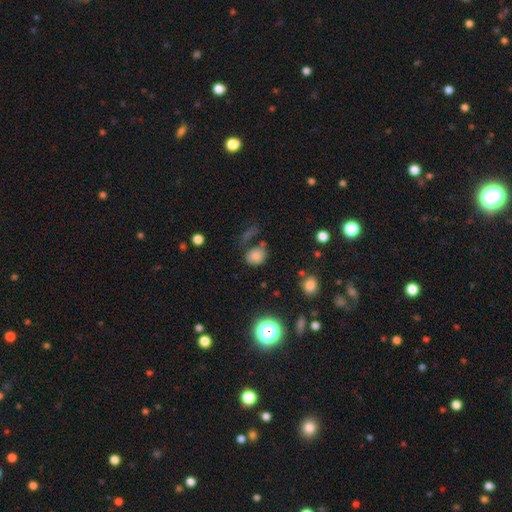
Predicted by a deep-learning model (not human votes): The model was most divided on "how rounded": round: 56%, in between: 42%, cigar-shaped: 1%. More confident: smooth or featured — smooth (74%); merging — none (55%).